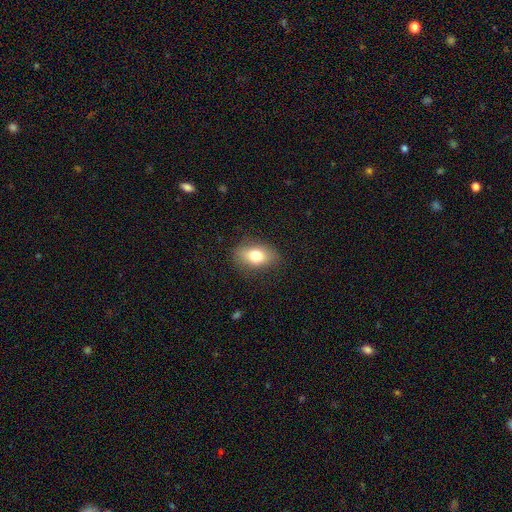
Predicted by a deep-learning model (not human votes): A smooth galaxy with no disk features (74%) that is in between round and cigar-shaped (83%). Merging: none (81%).